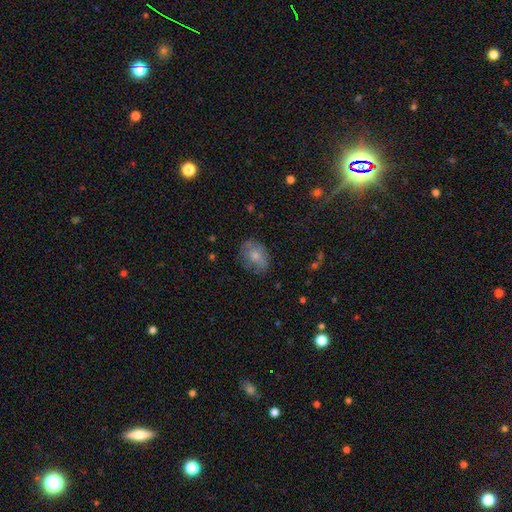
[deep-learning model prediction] Overall: smooth (67%). How rounded: in between (70%). Merging: none (60%; minor disturbance 27%).